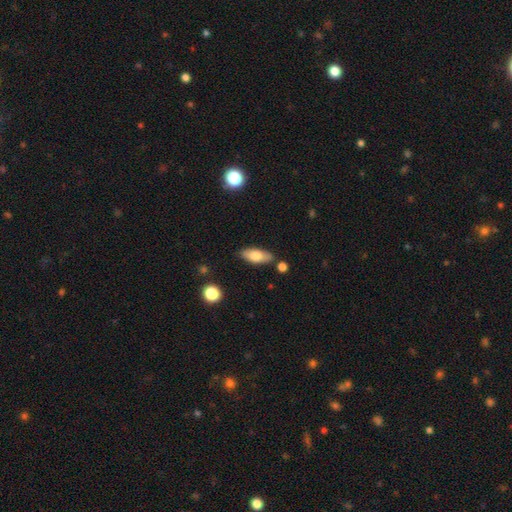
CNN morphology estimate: The model was most divided on "smooth or featured": smooth: 72%, featured or disk: 22%, star or artifact: 7%. More confident: merging — none (80%); how rounded — in between (79%).